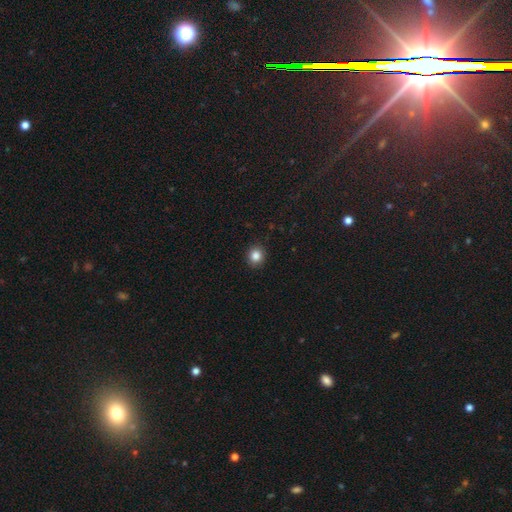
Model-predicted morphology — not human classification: A smooth galaxy with no disk features (85%) that is round (81%).

Vote fractions:
- Smooth or featured? smooth: 85% / star or artifact: 10% / featured or disk: 4%
- How rounded? round: 81% / in between: 18% / cigar-shaped: 1%
- Merging? none: 91% / minor disturbance: 6% / major disturbance: 2% / merger: 1%